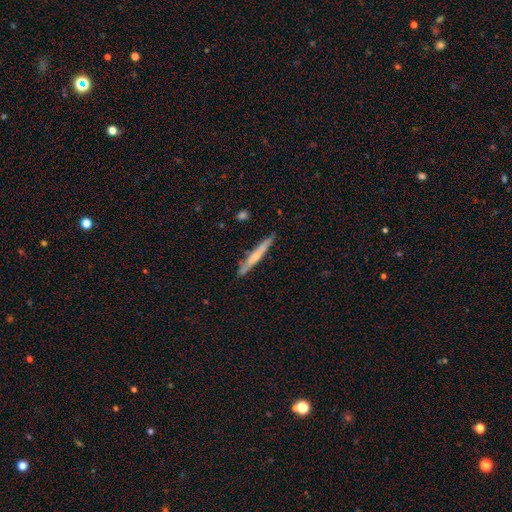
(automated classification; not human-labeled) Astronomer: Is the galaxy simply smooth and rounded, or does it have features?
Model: smooth — 49% (runner-up: featured or disk, 45%).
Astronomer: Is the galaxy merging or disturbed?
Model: none — 84%.